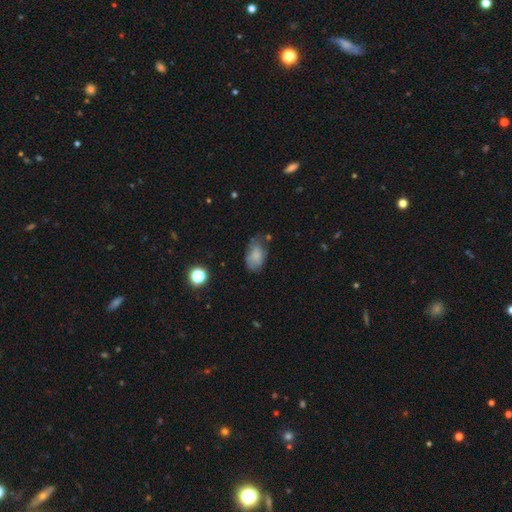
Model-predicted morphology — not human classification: Overall: smooth (72%). How rounded: in between (86%). Merging: none (51%; minor disturbance 33%).